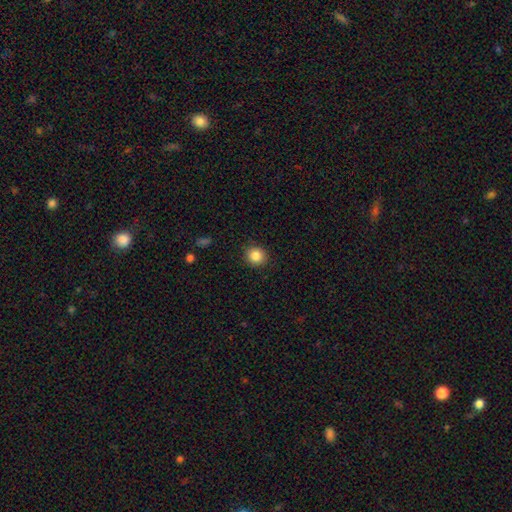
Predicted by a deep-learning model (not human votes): A smooth galaxy with no disk features (86%) that is round (90%). Merging: none (91%).